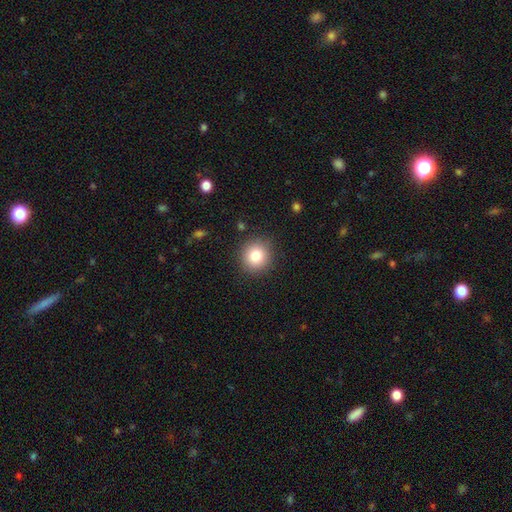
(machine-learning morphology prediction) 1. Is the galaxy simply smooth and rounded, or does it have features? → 81% smooth, 11% star or artifact, 8% featured or disk.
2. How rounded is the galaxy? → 92% round, 7% in between, 1% cigar-shaped.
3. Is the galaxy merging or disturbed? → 89% none, 7% minor disturbance, 2% major disturbance, 1% merger.